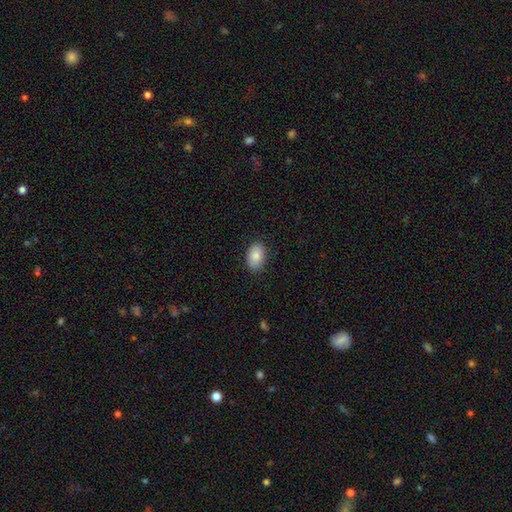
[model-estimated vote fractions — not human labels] Q: Smooth or featured?
A: smooth (86%); runner-up: star or artifact (7%)
Q: How rounded?
A: in between (89%); runner-up: round (10%)
Q: Merging?
A: none (85%); runner-up: minor disturbance (12%)